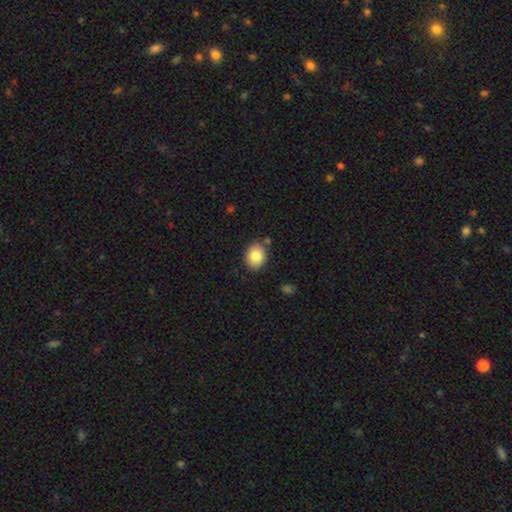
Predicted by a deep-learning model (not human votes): The model was most divided on "how rounded": in between: 52%, round: 47%, cigar-shaped: 1%. More confident: smooth or featured — smooth (83%); merging — none (82%).